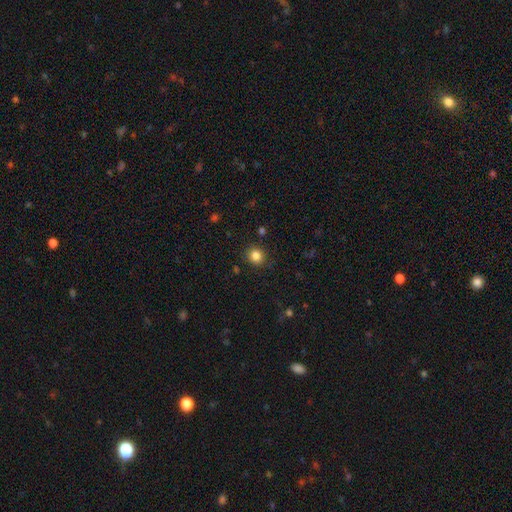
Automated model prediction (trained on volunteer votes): This is clearly a smooth galaxy (83%). How rounded: clearly round (84%). Merging: clearly none (89%).